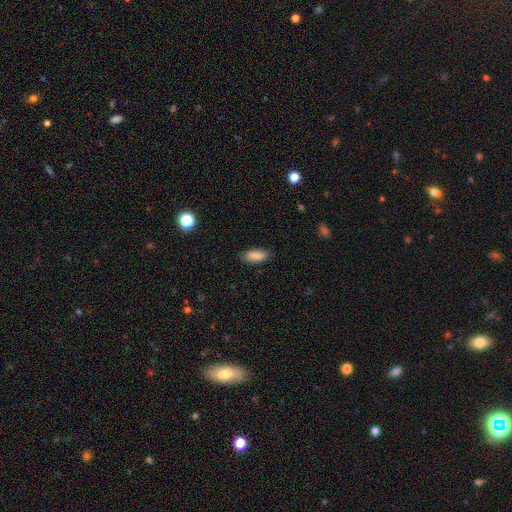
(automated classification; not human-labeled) This is clearly a smooth galaxy (88%). How rounded: likely in between (77%). Merging: clearly none (84%).